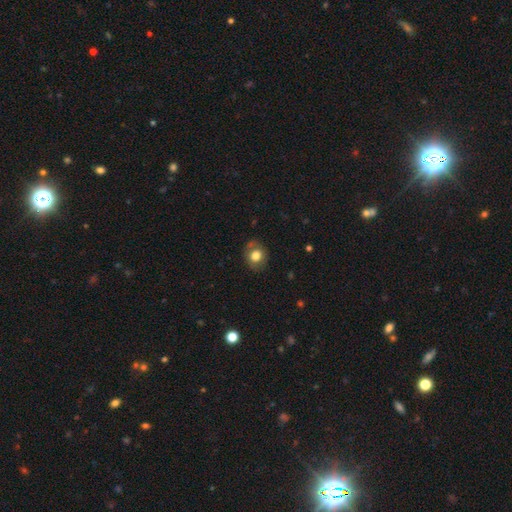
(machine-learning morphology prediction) Overall: smooth (73%). How rounded: round (63%; in between 37%). Merging: none (78%).